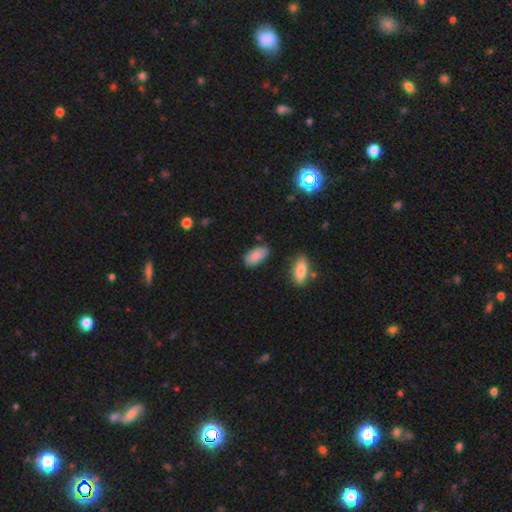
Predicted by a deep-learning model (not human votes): Smooth or featured: smooth — 87% (star or artifact — 7%)
How rounded: in between — 94% (cigar-shaped — 4%)
Merging: none — 77% (minor disturbance — 16%)